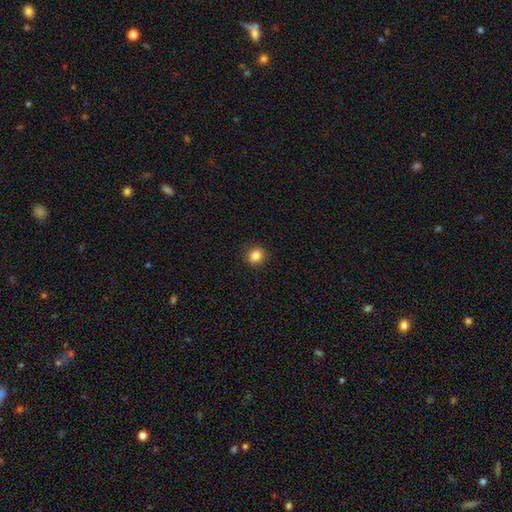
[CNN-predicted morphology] Q: Smooth or featured?
A: smooth (85%); runner-up: star or artifact (10%)
Q: How rounded?
A: round (77%); runner-up: in between (22%)
Q: Merging?
A: none (90%); runner-up: minor disturbance (7%)